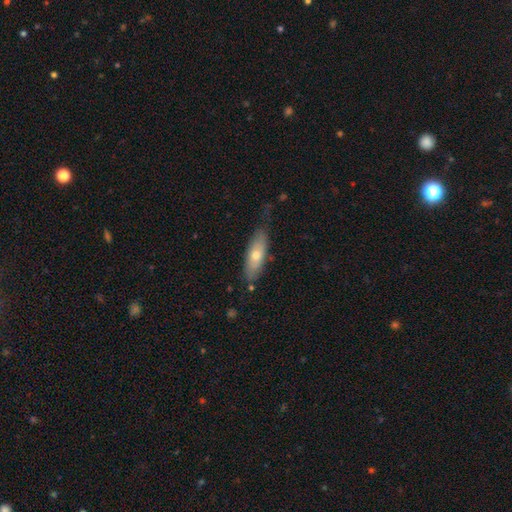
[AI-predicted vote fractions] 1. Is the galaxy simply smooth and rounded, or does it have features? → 56% smooth, 37% featured or disk, 7% star or artifact.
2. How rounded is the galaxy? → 54% in between, 43% cigar-shaped, 3% round.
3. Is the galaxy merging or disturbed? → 69% none, 24% minor disturbance, 5% major disturbance, 2% merger.